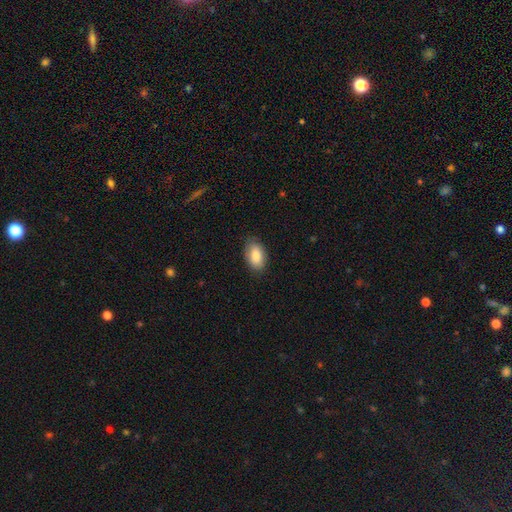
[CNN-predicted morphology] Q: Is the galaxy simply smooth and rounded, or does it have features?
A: smooth — 85%.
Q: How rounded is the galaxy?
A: in between — 93%.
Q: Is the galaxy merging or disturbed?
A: none — 83%.